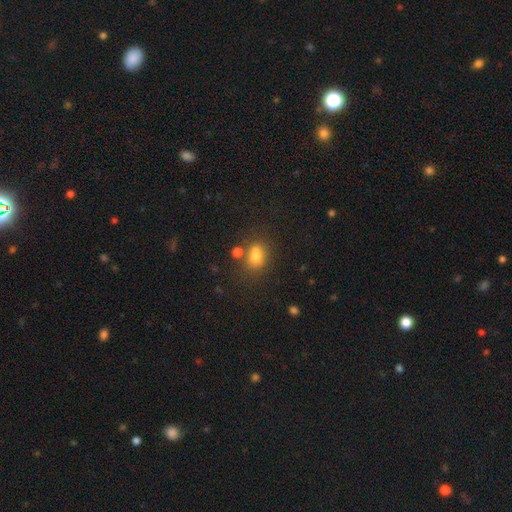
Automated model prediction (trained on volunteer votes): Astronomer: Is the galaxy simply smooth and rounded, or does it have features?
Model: smooth — 72%.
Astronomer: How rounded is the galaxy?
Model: in between — 59% (runner-up: round, 39%).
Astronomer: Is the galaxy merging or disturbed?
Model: none — 57%.